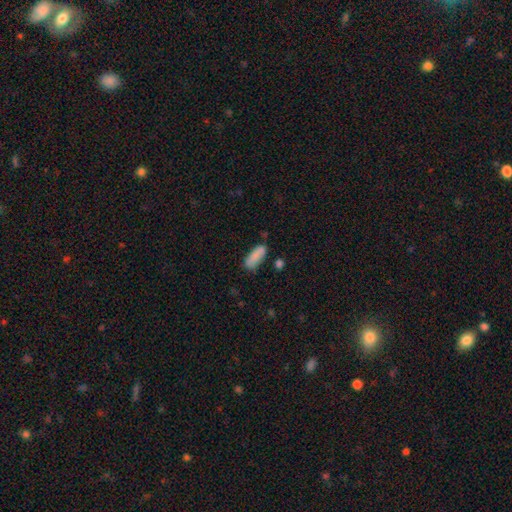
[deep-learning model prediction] smooth-or-featured: smooth: 86% | featured or disk: 7% | star or artifact: 7%
  how-rounded: in between: 66% | cigar-shaped: 32% | round: 2%
  merging: none: 73% | minor disturbance: 19% | merger: 4% | major disturbance: 4%